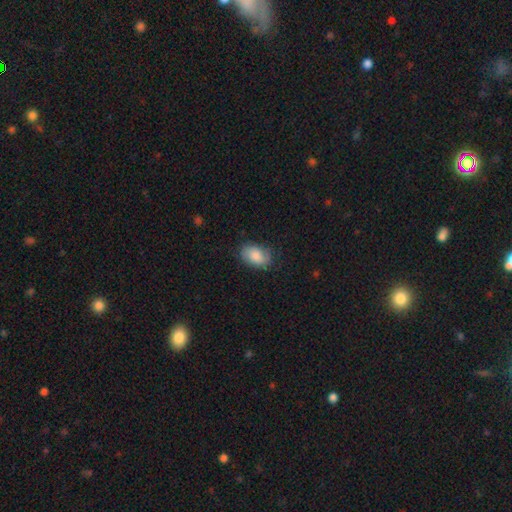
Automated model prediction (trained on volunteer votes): smooth-or-featured: smooth: 79% | featured or disk: 14% | star or artifact: 7%
  how-rounded: in between: 86% | round: 12% | cigar-shaped: 1%
  merging: none: 75% | minor disturbance: 19% | major disturbance: 5% | merger: 1%